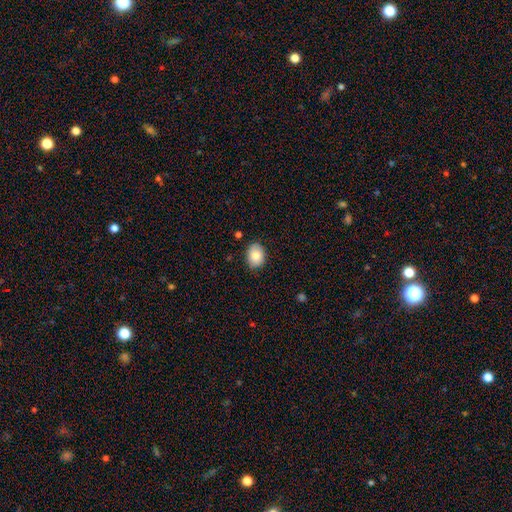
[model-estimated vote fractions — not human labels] smooth_or_featured: smooth (p=0.84) [alt: featured or disk p=0.09]
how_rounded: in between (p=0.67) [alt: round p=0.32]
merging: none (p=0.84) [alt: minor disturbance p=0.12]